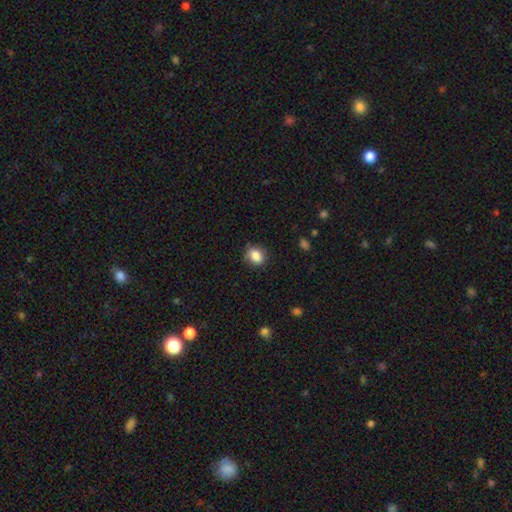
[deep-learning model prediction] Smooth or featured?
  - smooth: 86% *
  - star or artifact: 9%
  - featured or disk: 5%
How rounded?
  - in between: 51% *
  - round: 47%
  - cigar-shaped: 1%
Merging?
  - none: 82% *
  - minor disturbance: 14%
  - major disturbance: 3%
  - merger: 1%